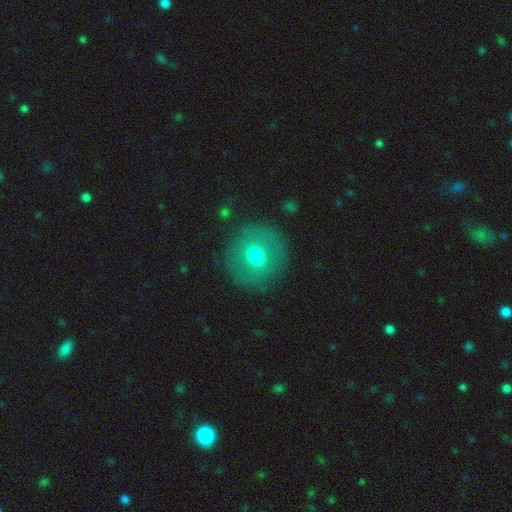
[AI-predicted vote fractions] This appears to be a smooth galaxy with no disk features (65%) that is round (92%). Merging: none (87%).